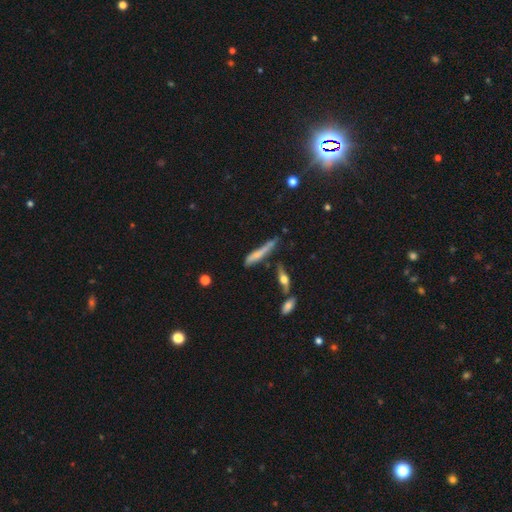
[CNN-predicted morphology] Smooth or featured: smooth — 50% (featured or disk — 38%)
Merging: none — 44% (minor disturbance — 28%)